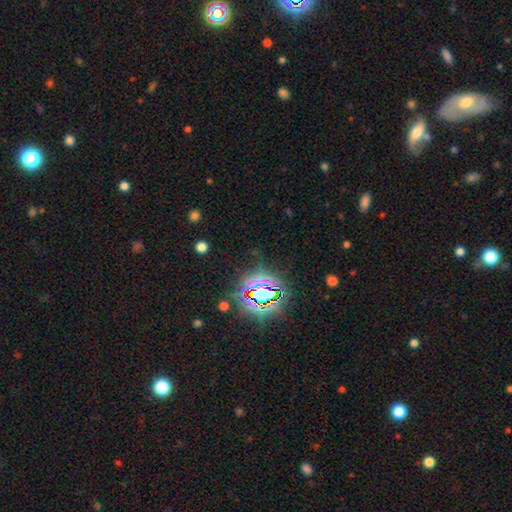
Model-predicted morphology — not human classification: smooth_or_featured: star or artifact (p=0.80) [alt: smooth p=0.12]